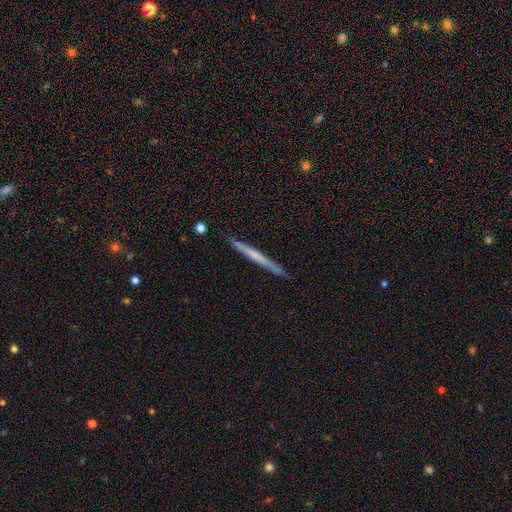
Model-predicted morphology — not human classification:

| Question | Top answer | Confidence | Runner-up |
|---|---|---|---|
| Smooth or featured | smooth | 48% | featured or disk (47%) |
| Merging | none | 90% | minor disturbance (7%) |